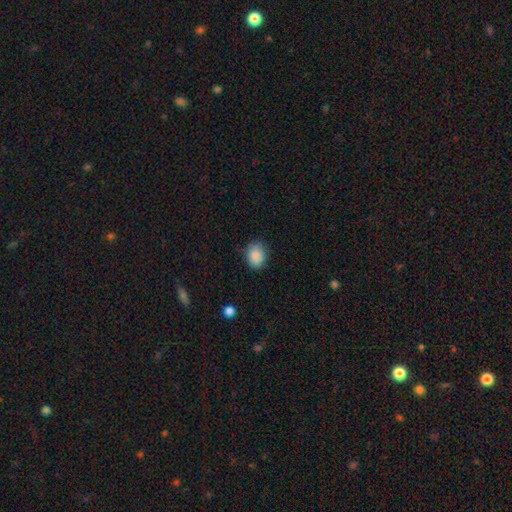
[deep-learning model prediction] The model was most divided on "how rounded": in between: 55%, round: 44%, cigar-shaped: 1%. More confident: smooth or featured — smooth (88%); merging — none (80%).